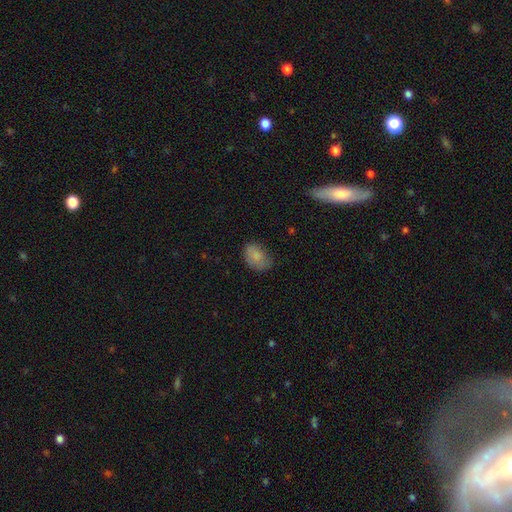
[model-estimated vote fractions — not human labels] This appears to be a smooth galaxy with no disk features (83%) that is in between round and cigar-shaped (82%). Merging: none (66%).